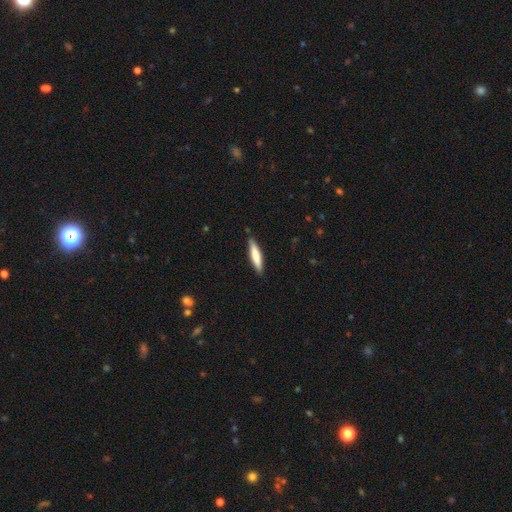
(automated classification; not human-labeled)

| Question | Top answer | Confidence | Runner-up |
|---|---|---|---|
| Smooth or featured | smooth | 73% | featured or disk (22%) |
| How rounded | cigar-shaped | 85% | in between (14%) |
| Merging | none | 86% | minor disturbance (11%) |